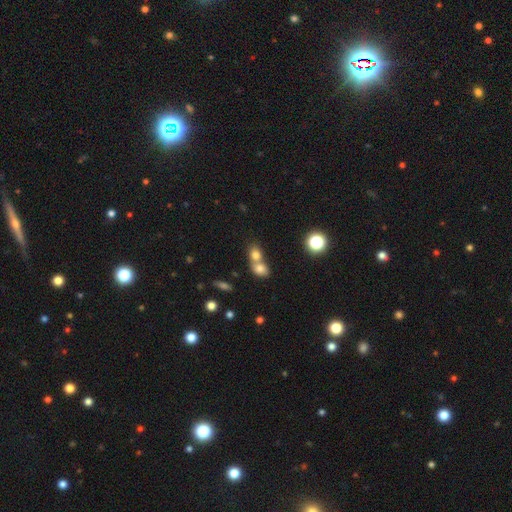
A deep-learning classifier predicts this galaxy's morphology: Q: Smooth or featured?
A: smooth (77%); runner-up: star or artifact (12%)
Q: How rounded?
A: round (52%); runner-up: in between (47%)
Q: Merging?
A: merger (63%); runner-up: none (29%)